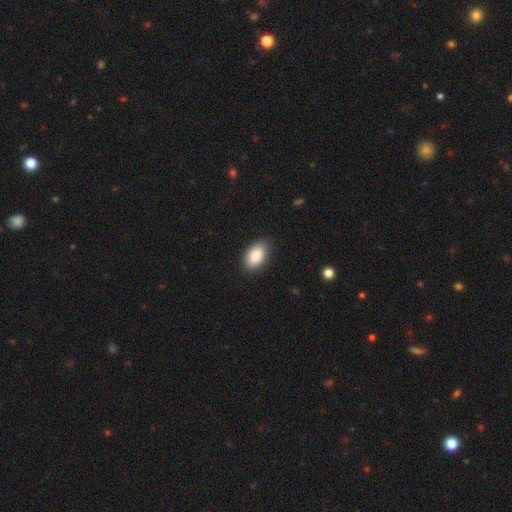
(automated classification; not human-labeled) smooth_or_featured: smooth (p=0.89) [alt: star or artifact p=0.06]
how_rounded: in between (p=0.94) [alt: round p=0.04]
merging: none (p=0.85) [alt: minor disturbance p=0.12]